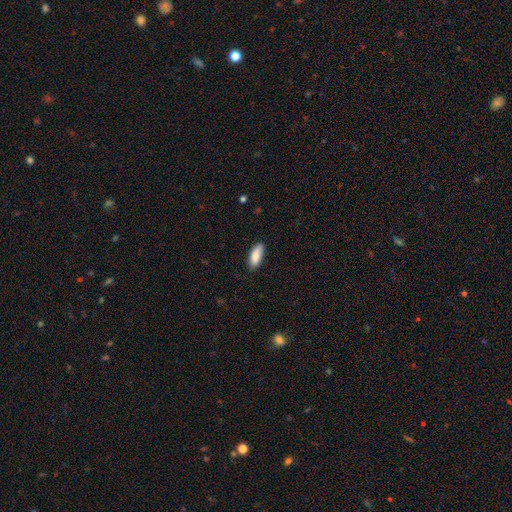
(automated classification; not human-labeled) Overall: smooth (87%). How rounded: in between (76%). Merging: none (83%).